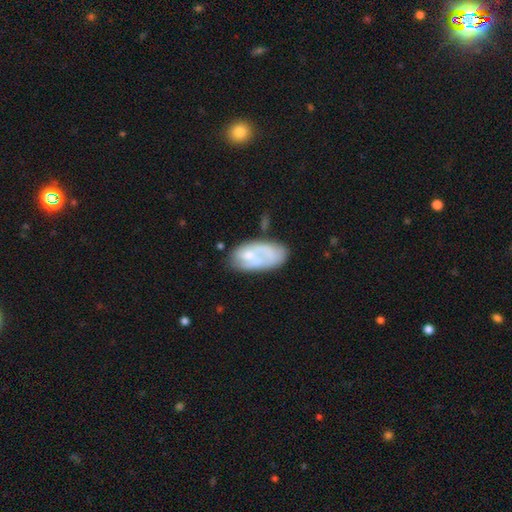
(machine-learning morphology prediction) Smooth or featured: featured or disk — 51% (smooth — 42%)
Edge-on disk: no — 94% (yes — 6%)
Merging: none — 48% (minor disturbance — 28%)